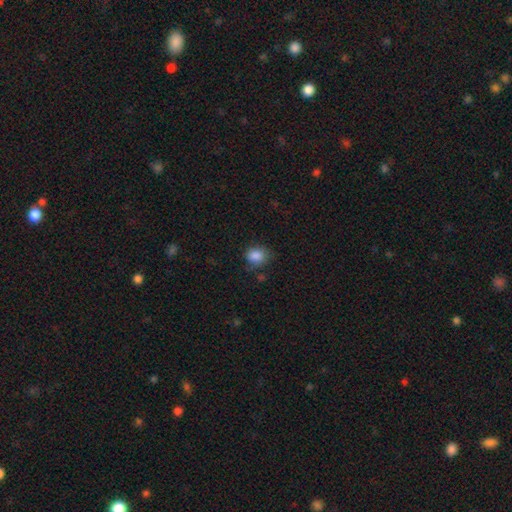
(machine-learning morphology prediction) Smooth or featured?
  - smooth: 86% *
  - star or artifact: 10%
  - featured or disk: 4%
How rounded?
  - round: 58% *
  - in between: 41%
  - cigar-shaped: 1%
Merging?
  - none: 70% *
  - minor disturbance: 22%
  - major disturbance: 6%
  - merger: 3%